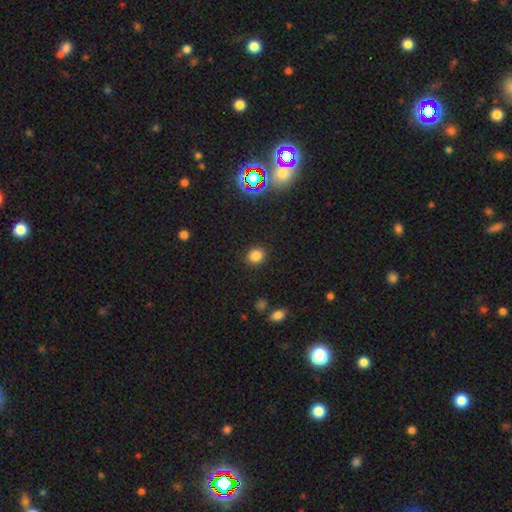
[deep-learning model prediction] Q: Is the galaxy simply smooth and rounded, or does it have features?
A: smooth — 82%.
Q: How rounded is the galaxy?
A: round — 81%.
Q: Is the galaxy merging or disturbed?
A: none — 90%.